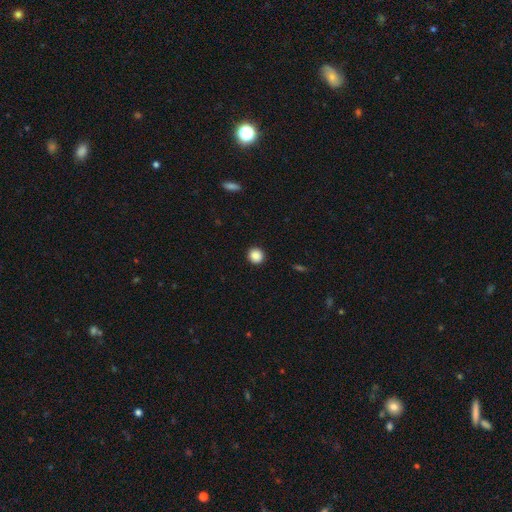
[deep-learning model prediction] The model was most divided on "smooth or featured": smooth: 88%, star or artifact: 9%, featured or disk: 3%. More confident: merging — none (92%); how rounded — round (92%).